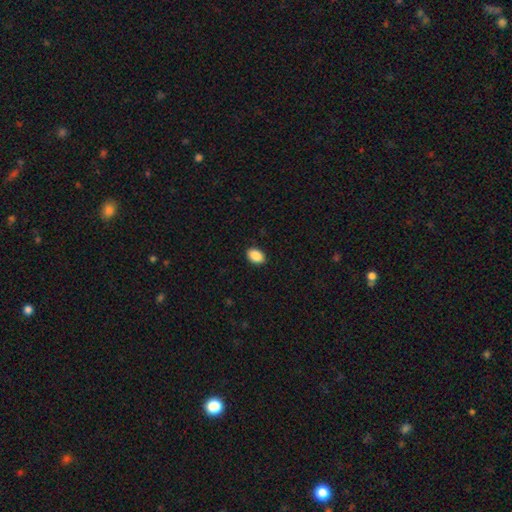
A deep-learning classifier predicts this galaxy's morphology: Overall: smooth (90%). How rounded: in between (86%). Merging: none (90%).